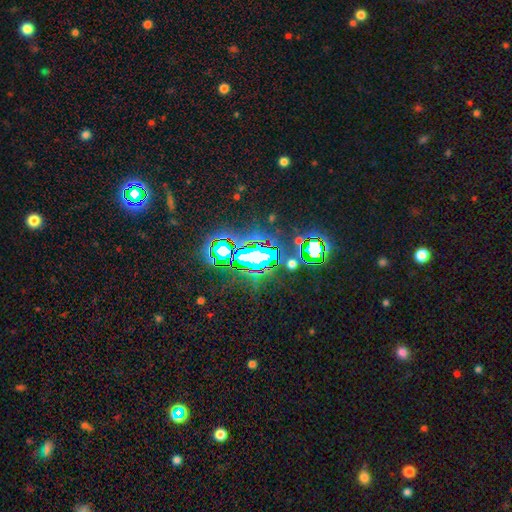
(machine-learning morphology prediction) This is likely a star or artifact rather than a galaxy (75%).